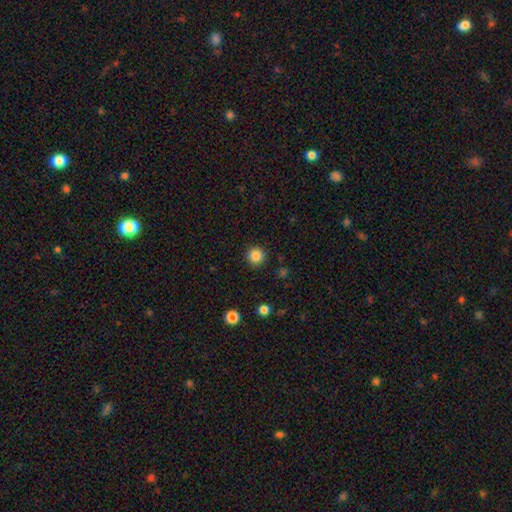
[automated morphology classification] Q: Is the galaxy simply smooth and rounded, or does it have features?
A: smooth — 86%.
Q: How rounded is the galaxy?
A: round — 95%.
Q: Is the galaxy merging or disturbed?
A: none — 92%.